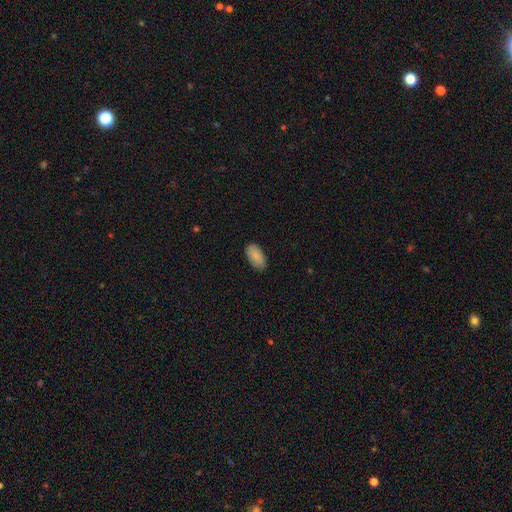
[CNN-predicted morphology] This is clearly a smooth galaxy (88%). How rounded: clearly in between (95%). Merging: clearly none (85%).